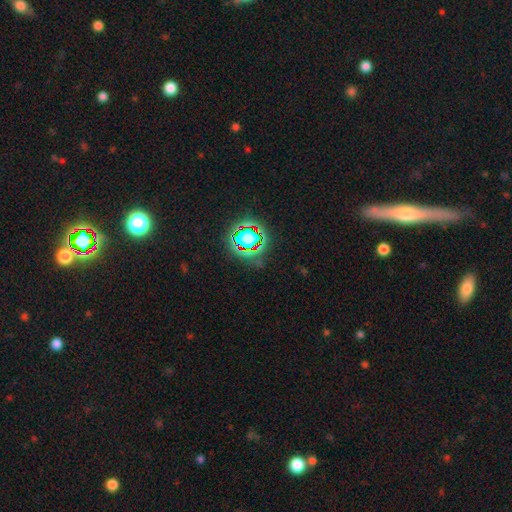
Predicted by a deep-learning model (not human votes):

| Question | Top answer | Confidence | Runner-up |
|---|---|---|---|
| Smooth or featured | star or artifact | 68% | featured or disk (16%) |